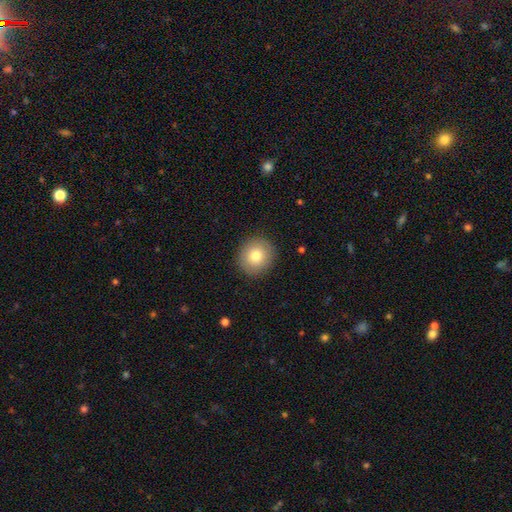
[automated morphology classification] The model was most divided on "smooth or featured": smooth: 79%, featured or disk: 12%, star or artifact: 9%. More confident: merging — none (90%); how rounded — round (89%).